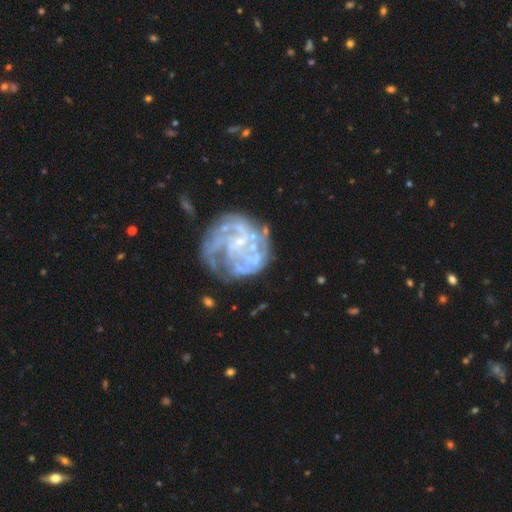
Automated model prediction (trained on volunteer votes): This is clearly a featured or disk galaxy (84%). It is clearly not viewed edge-on (98%). Bar: likely no (63%). Spiral arm pattern: clearly yes (87%). Spiral arm count: marginally can't tell (33%). Spiral winding: possibly tight (50%). Central bulge: likely small (66%). Merging: possibly none (54%).